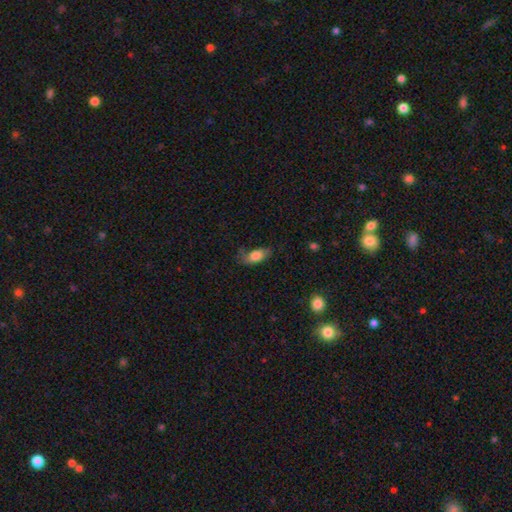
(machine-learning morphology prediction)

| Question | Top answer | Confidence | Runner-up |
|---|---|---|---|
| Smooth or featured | smooth | 79% | featured or disk (13%) |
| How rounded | in between | 86% | cigar-shaped (10%) |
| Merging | none | 56% | minor disturbance (31%) |